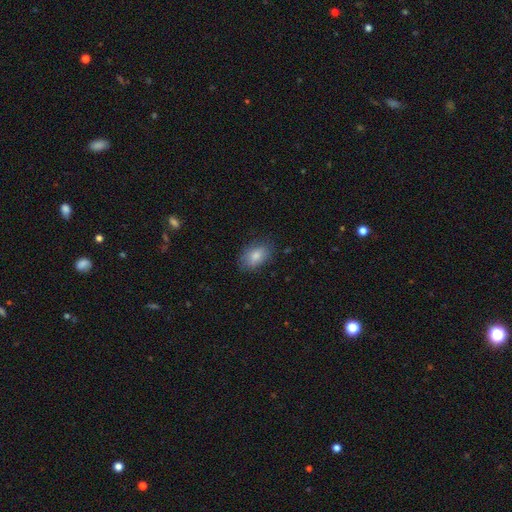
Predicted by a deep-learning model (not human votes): Morphology: type=smooth (78%); roundness=in between (87%); merging=none (81%).